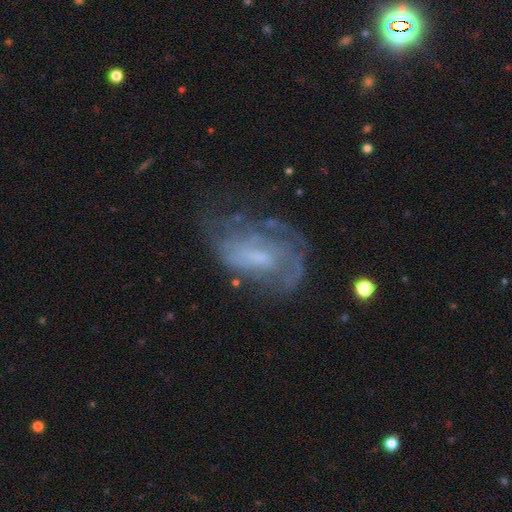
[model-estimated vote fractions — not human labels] featured or disk 70%, smooth 20%, star or artifact 10%. Down the decision tree: edge-on disk — no (96%); bar — no (52%); spiral arms — yes (68%); bulge size — small (41%); merging — none (47%).